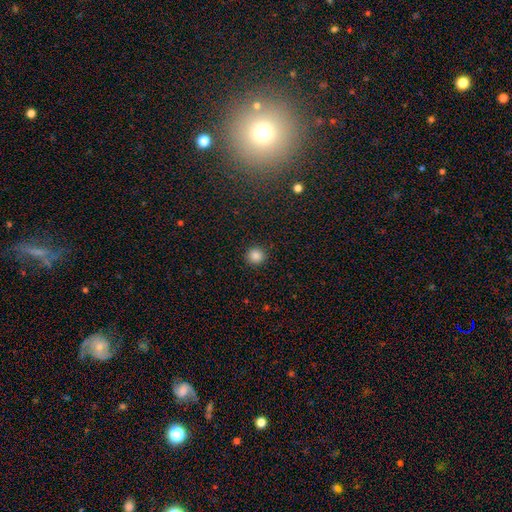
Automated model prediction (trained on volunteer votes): A smooth galaxy with no disk features (85%) that is round (93%).

Vote fractions:
- Smooth or featured? smooth: 85% / star or artifact: 11% / featured or disk: 4%
- How rounded? round: 93% / in between: 6% / cigar-shaped: 1%
- Merging? none: 92% / minor disturbance: 5% / major disturbance: 2% / merger: 1%